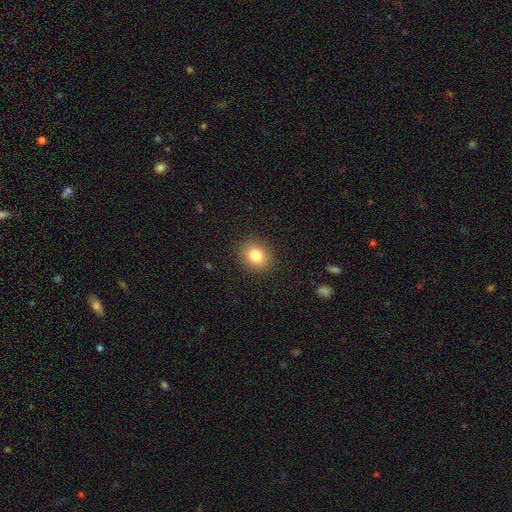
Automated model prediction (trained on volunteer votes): smooth-or-featured: smooth: 82% | star or artifact: 10% | featured or disk: 7%
  how-rounded: round: 65% | in between: 34% | cigar-shaped: 1%
  merging: none: 89% | minor disturbance: 7% | major disturbance: 2% | merger: 1%